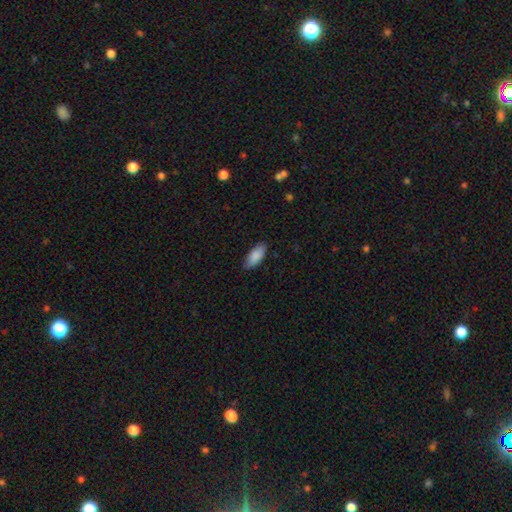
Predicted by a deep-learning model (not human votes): This is clearly a smooth galaxy (89%). How rounded: clearly in between (85%). Merging: clearly none (86%).